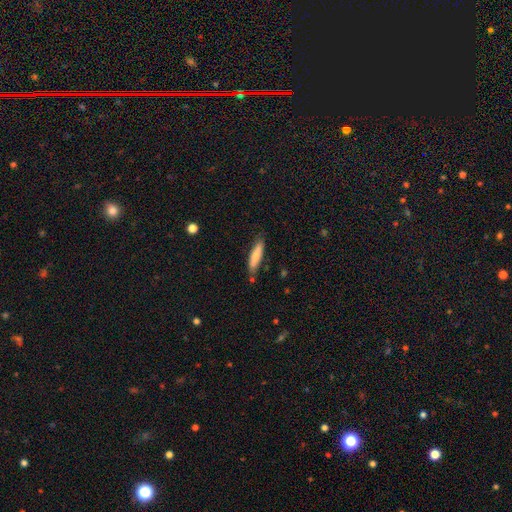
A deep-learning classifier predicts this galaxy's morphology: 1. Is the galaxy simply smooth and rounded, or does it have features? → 70% smooth, 24% featured or disk, 6% star or artifact.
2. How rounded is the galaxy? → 76% cigar-shaped, 23% in between, 2% round.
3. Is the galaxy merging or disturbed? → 77% none, 17% minor disturbance, 4% merger, 3% major disturbance.